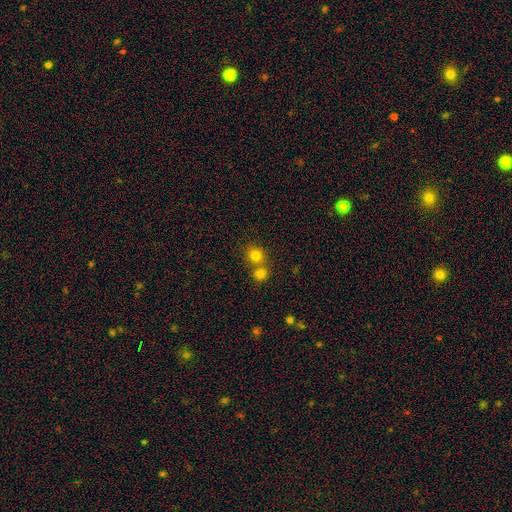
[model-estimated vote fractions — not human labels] Overall: smooth (79%). How rounded: round (86%). Merging: none (54%; merger 38%).